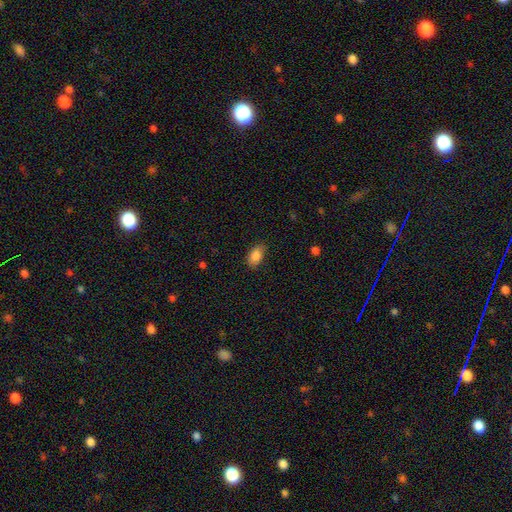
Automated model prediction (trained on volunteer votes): The model was most divided on "merging": none: 82%, minor disturbance: 14%, major disturbance: 3%, merger: 1%. More confident: how rounded — in between (89%); smooth or featured — smooth (86%).